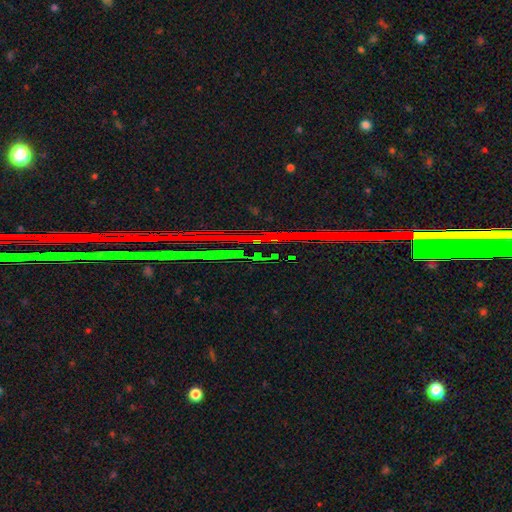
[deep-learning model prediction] Smooth or featured?
  - star or artifact: 82% *
  - featured or disk: 11%
  - smooth: 7%